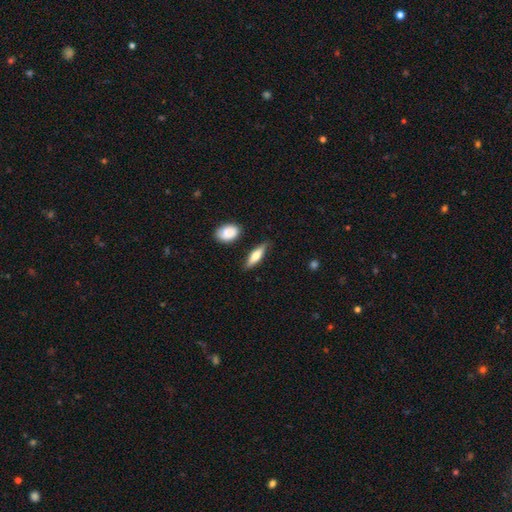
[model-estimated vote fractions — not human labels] Smooth or featured? smooth (61%)
How rounded? cigar-shaped (51%)
Merging? none (80%)